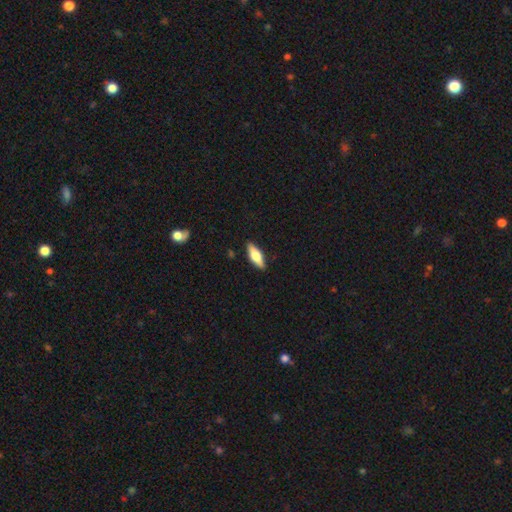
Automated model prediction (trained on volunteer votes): Smooth or featured? smooth (54%)
How rounded? in between (62%)
Merging? none (89%)